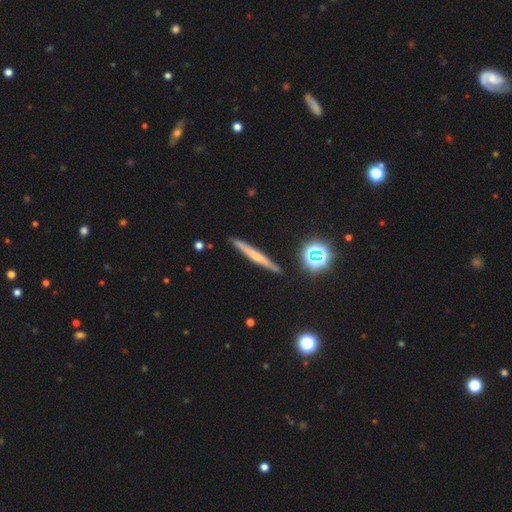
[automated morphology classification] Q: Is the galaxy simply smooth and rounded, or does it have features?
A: featured or disk — 48%.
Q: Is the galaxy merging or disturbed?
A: none — 89%.